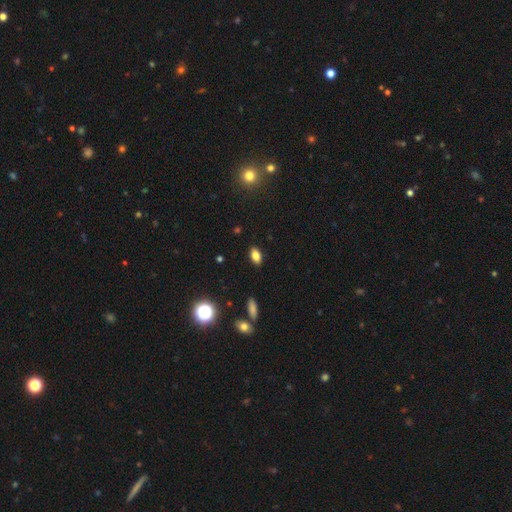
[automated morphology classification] Smooth or featured?
  - smooth: 81% *
  - star or artifact: 12%
  - featured or disk: 7%
How rounded?
  - in between: 89% *
  - round: 6%
  - cigar-shaped: 5%
Merging?
  - none: 88% *
  - minor disturbance: 9%
  - major disturbance: 2%
  - merger: 1%